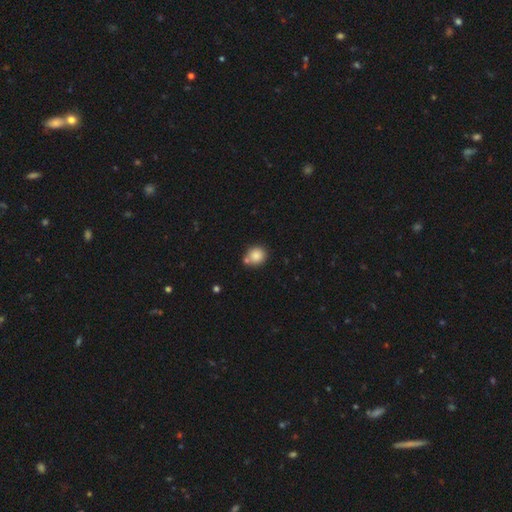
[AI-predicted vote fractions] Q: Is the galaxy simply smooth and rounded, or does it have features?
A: smooth — 85%.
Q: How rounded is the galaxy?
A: round — 86%.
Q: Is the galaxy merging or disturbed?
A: none — 63%.